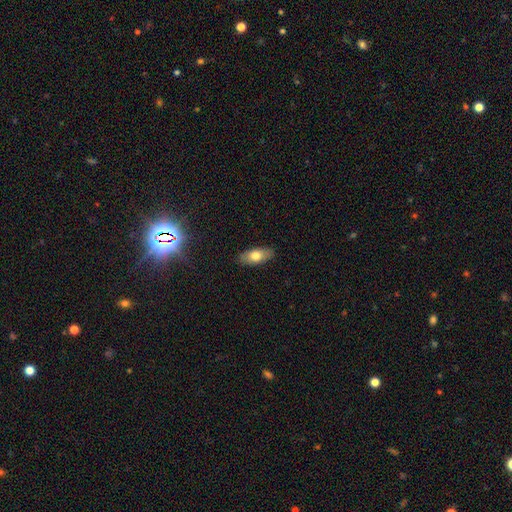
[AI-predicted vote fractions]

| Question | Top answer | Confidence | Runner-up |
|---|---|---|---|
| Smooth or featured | smooth | 71% | featured or disk (21%) |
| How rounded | in between | 84% | cigar-shaped (12%) |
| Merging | none | 88% | minor disturbance (9%) |